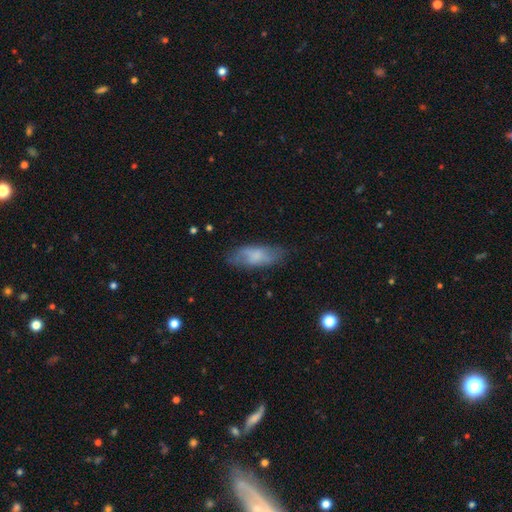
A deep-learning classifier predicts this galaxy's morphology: type=smooth (67%); roundness=in between (77%); merging=none (68%).